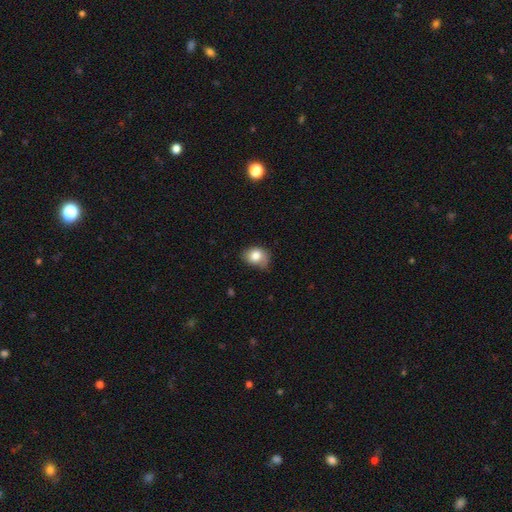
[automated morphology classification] A smooth galaxy with no disk features (81%) that is in between round and cigar-shaped (57%).

Vote fractions:
- Smooth or featured? smooth: 81% / featured or disk: 10% / star or artifact: 9%
- How rounded? in between: 57% / round: 42% / cigar-shaped: 1%
- Merging? none: 54% / minor disturbance: 35% / major disturbance: 9% / merger: 2%